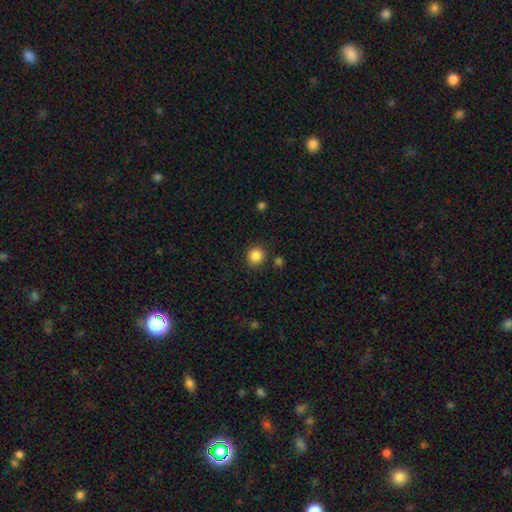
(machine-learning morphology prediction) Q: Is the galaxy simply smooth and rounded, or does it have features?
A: smooth — 87%.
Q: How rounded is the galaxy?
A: round — 91%.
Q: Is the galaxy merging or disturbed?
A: none — 89%.